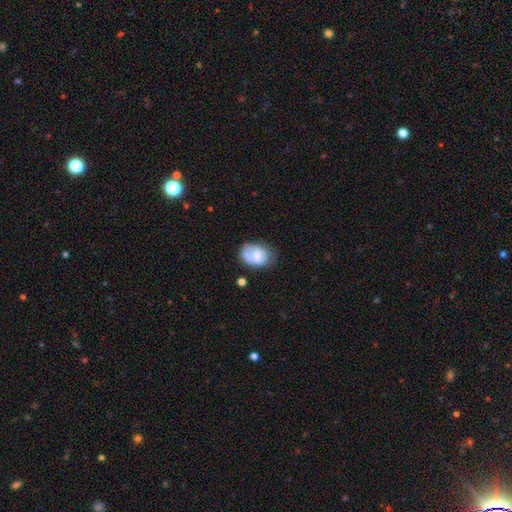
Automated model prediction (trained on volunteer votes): Smooth or featured? smooth (77%)
How rounded? in between (77%)
Merging? none (57%)